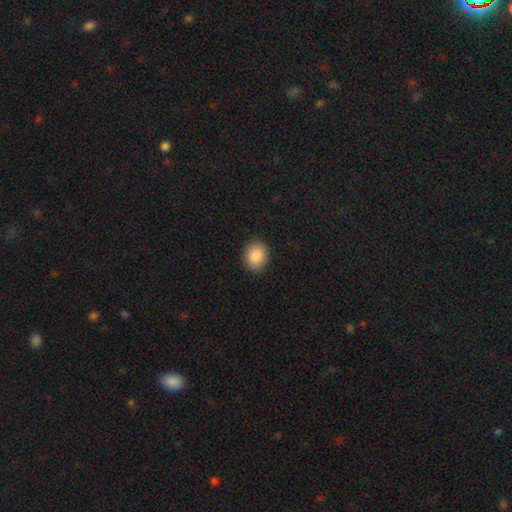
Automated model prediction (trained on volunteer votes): This appears to be a smooth galaxy with no disk features (88%) that is in between round and cigar-shaped (50%). Merging: none (89%).